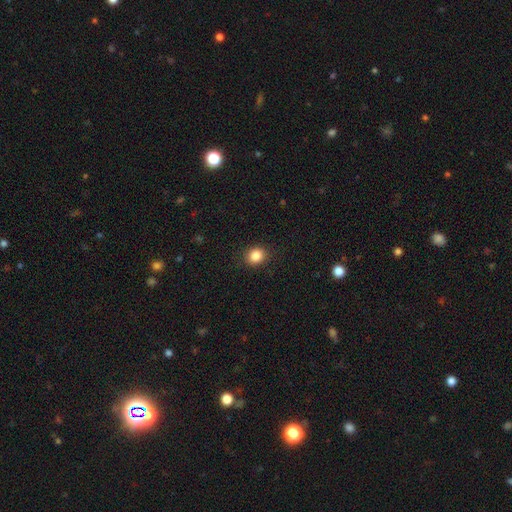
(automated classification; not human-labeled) Smooth or featured: smooth — 86% (star or artifact — 10%)
How rounded: round — 71% (in between — 28%)
Merging: none — 90% (minor disturbance — 7%)